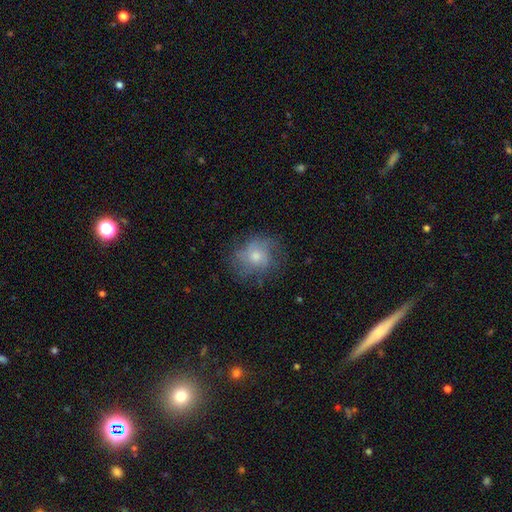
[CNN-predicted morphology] This appears to be a smooth galaxy with no disk features (50%) that is round (74%). Merging: none (64%).